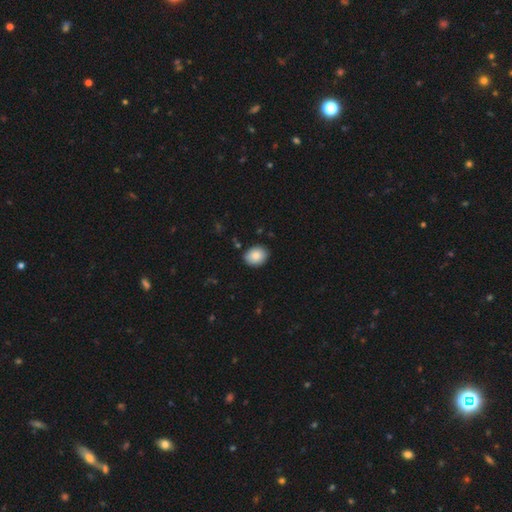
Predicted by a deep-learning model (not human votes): This is clearly a smooth galaxy (85%). How rounded: possibly in between (53%). Merging: clearly none (86%).